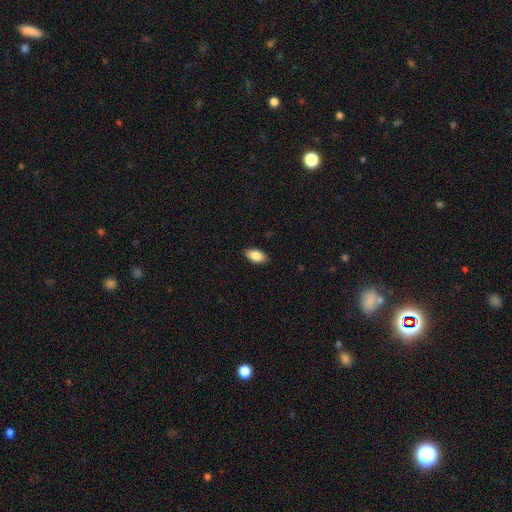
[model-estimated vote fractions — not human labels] Smooth or featured? smooth (86%)
How rounded? in between (93%)
Merging? none (88%)